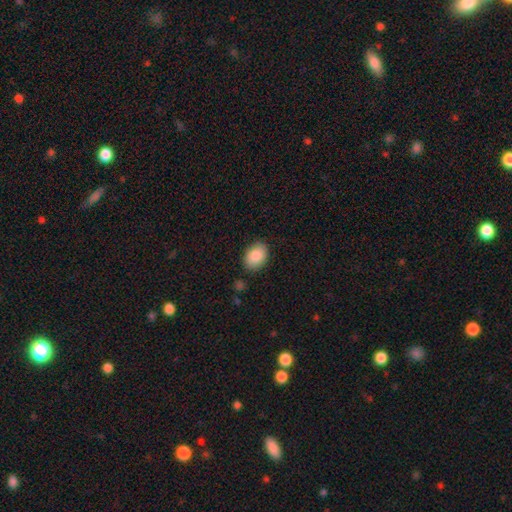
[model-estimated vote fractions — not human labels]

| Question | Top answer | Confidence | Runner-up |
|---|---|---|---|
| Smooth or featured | smooth | 87% | star or artifact (7%) |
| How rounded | in between | 77% | round (22%) |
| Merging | none | 85% | minor disturbance (11%) |